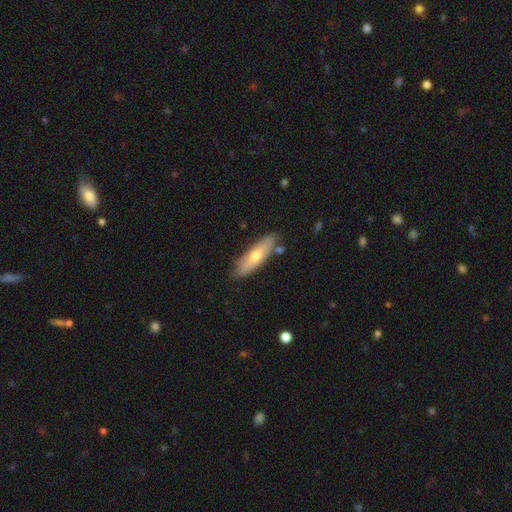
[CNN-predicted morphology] This is possibly a smooth galaxy (58%). How rounded: possibly cigar-shaped (58%). Merging: clearly none (81%).